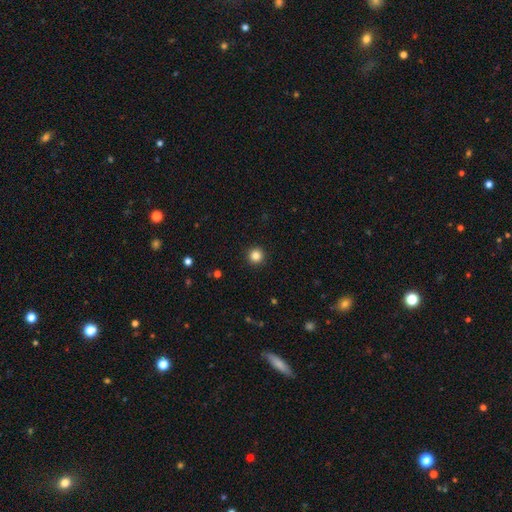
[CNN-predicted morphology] A smooth galaxy with no disk features (85%) that is round (96%). Merging: none (93%).